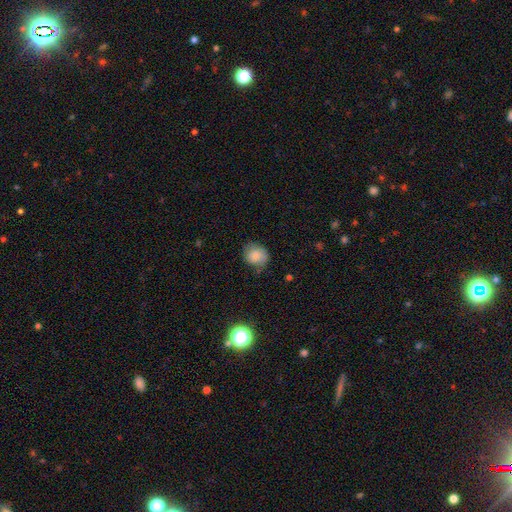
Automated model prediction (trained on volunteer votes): A smooth galaxy with no disk features (77%) that is round (70%).

Vote fractions:
- Smooth or featured? smooth: 77% / featured or disk: 14% / star or artifact: 9%
- How rounded? round: 70% / in between: 29% / cigar-shaped: 1%
- Merging? none: 66% / minor disturbance: 26% / major disturbance: 7% / merger: 1%